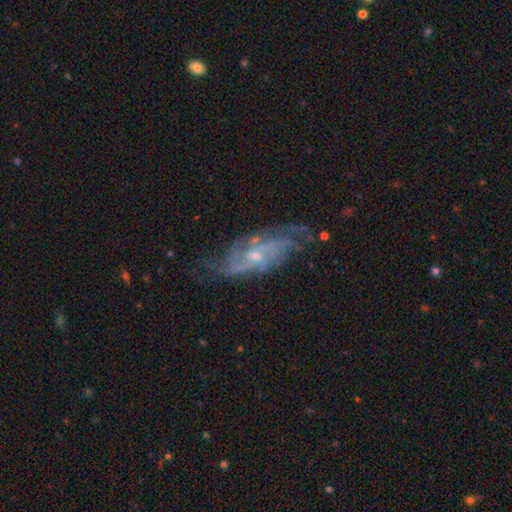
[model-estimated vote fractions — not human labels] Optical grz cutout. It shows a featured or disk galaxy (82%) with no bar (64%), medium (41%) spiral arms (92%) and a small central bulge (61%). Merging: none (66%).